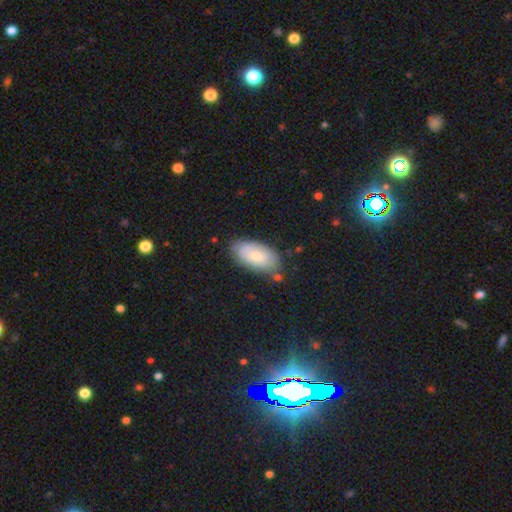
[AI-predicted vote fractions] The model was most divided on "smooth or featured": smooth: 67%, featured or disk: 27%, star or artifact: 6%. More confident: how rounded — in between (94%); merging — none (72%).